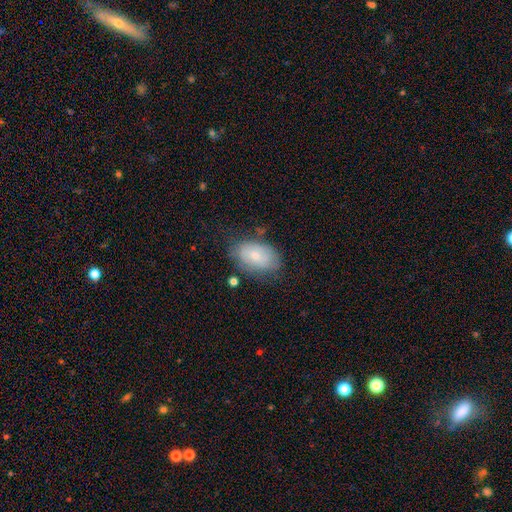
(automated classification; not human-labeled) Smooth or featured? smooth (70%)
How rounded? in between (89%)
Merging? none (67%)